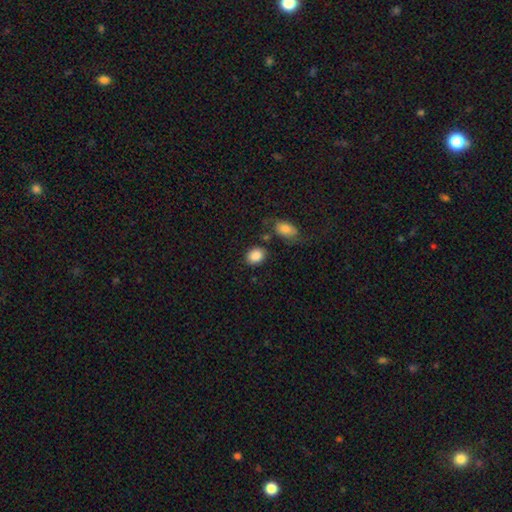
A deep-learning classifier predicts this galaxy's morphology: This is clearly a smooth galaxy (88%). How rounded: possibly in between (57%). Merging: likely none (77%).